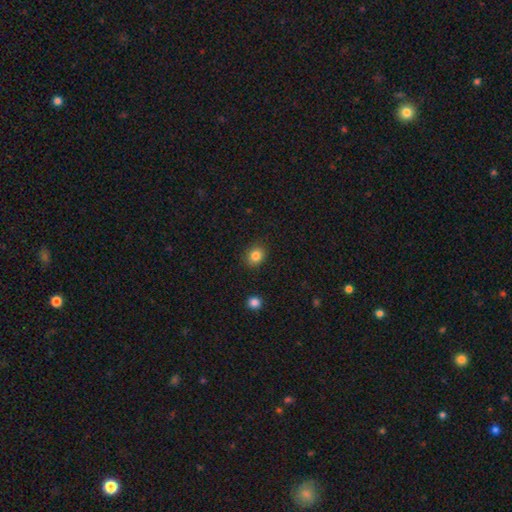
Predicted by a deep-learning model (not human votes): A smooth galaxy with no disk features (84%) that is round (58%).

Vote fractions:
- Smooth or featured? smooth: 84% / star or artifact: 10% / featured or disk: 5%
- How rounded? round: 58% / in between: 42% / cigar-shaped: 1%
- Merging? none: 88% / minor disturbance: 8% / major disturbance: 2% / merger: 1%